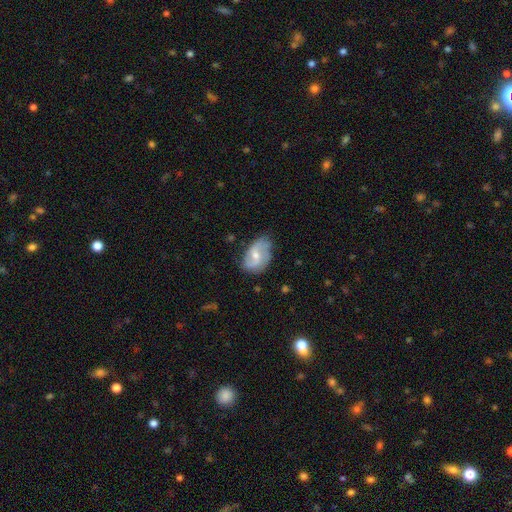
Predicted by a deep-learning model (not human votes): featured or disk 70%, smooth 24%, star or artifact 6%. Down the decision tree: edge-on disk — no (97%); bar — no (46%); spiral arms — yes (89%); spiral arm count — 2 (73%); spiral winding — loose (43%); bulge size — moderate (55%); merging — none (63%).